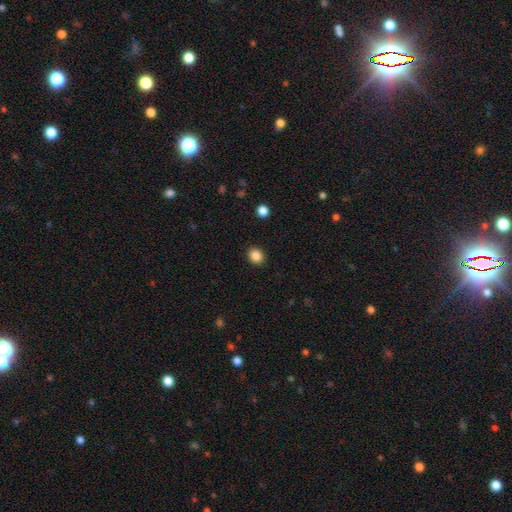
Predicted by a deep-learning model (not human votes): Morphology: type=smooth (86%); roundness=round (67%); merging=none (90%).